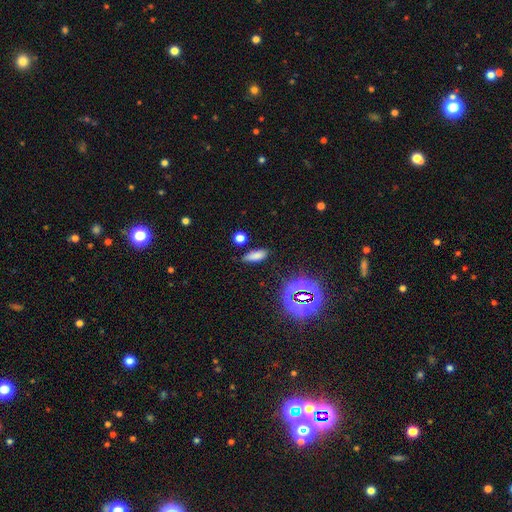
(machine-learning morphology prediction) Overall: smooth (74%). How rounded: in between (65%; cigar-shaped 31%). Merging: none (80%).